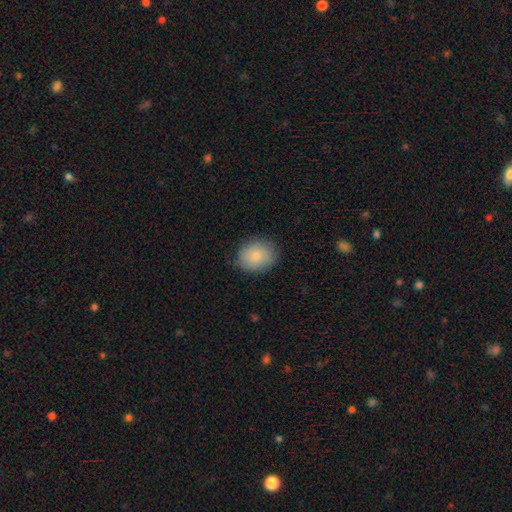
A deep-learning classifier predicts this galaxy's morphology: This appears to be a smooth galaxy with no disk features (84%) that is round (57%). Merging: none (81%).